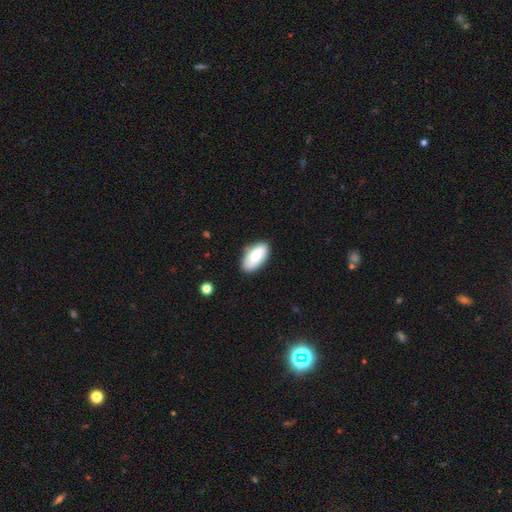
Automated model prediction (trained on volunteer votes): Smooth or featured? smooth (78%)
How rounded? in between (93%)
Merging? none (83%)